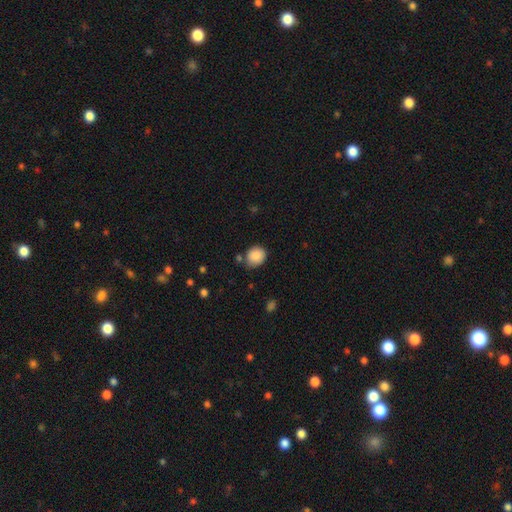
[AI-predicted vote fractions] Smooth or featured? smooth (87%)
How rounded? round (64%)
Merging? none (71%)